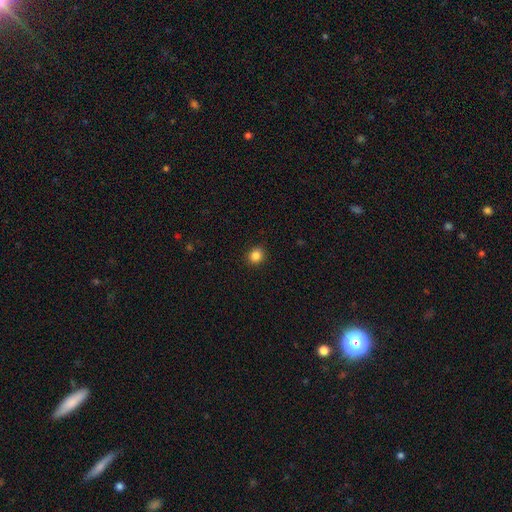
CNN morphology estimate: smooth-or-featured: smooth: 85% | star or artifact: 11% | featured or disk: 4%
  how-rounded: round: 78% | in between: 21% | cigar-shaped: 1%
  merging: none: 90% | minor disturbance: 7% | major disturbance: 2% | merger: 1%